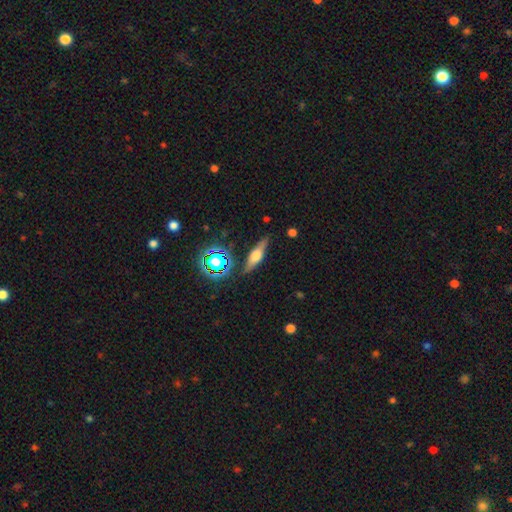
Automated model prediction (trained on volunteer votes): This appears to be a featured or disk galaxy (54%) viewed edge-on (92%). Merging: none (83%).